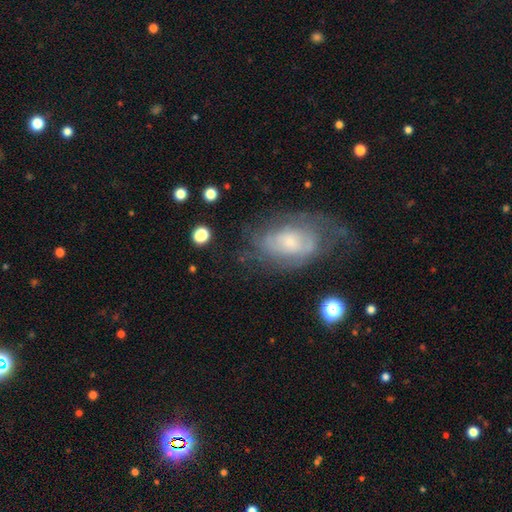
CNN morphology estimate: Overall: featured or disk (62%). Edge-on disk: no (92%). Bar: no (58%; weak 34%). Spiral arms: yes (82%). Bulge size: small (44%, tied with moderate). Merging: none (69%).